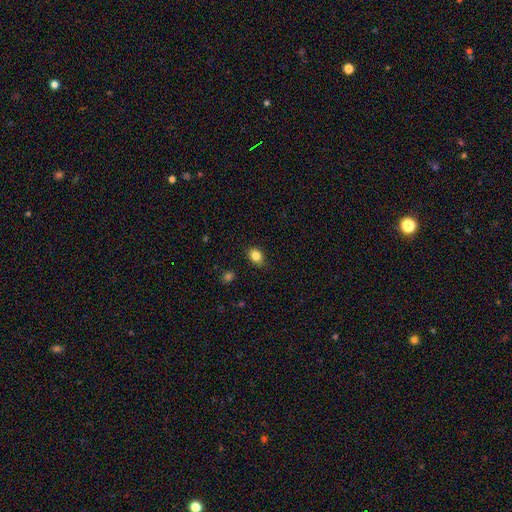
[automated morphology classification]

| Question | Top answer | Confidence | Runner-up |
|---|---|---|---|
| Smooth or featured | smooth | 84% | star or artifact (10%) |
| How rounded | in between | 64% | round (35%) |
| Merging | none | 85% | minor disturbance (12%) |